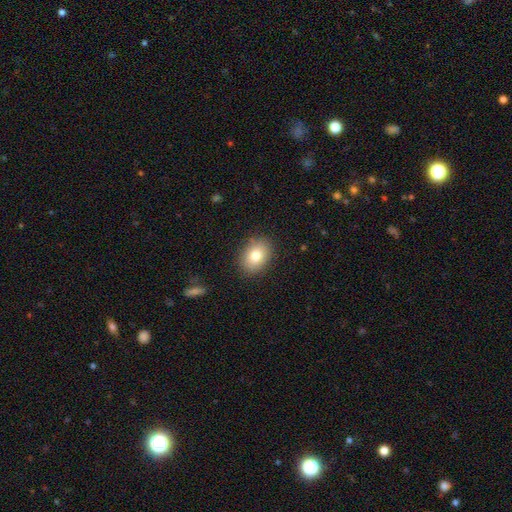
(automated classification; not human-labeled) Smooth or featured? smooth (80%)
How rounded? in between (76%)
Merging? none (87%)